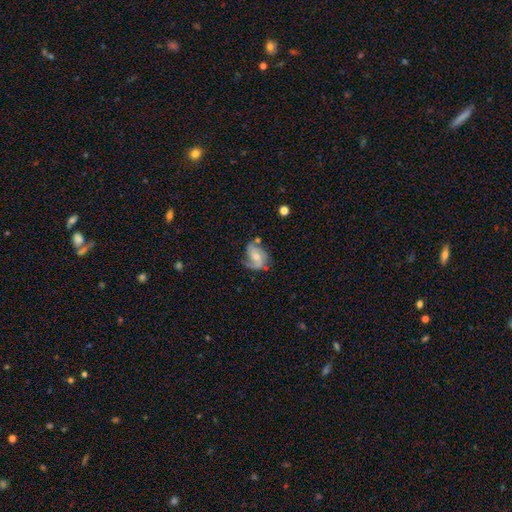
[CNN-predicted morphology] type=featured or disk (78%); edge-on=no (97%); bar=no (49%); spiral arms=yes (94%); winding=medium (47%); arm count=2 (68%); bulge=moderate (50%); merging=none (54%).